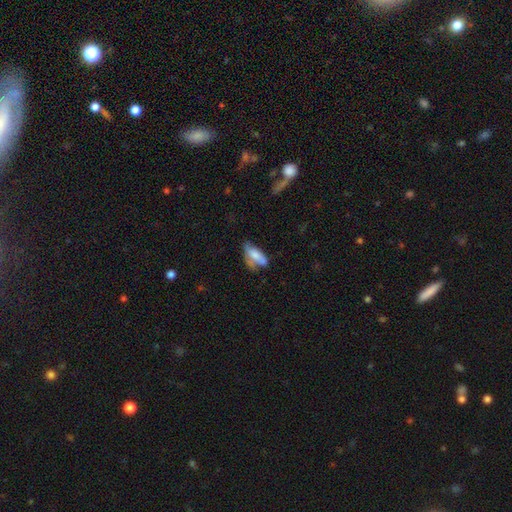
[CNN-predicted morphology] A smooth galaxy with no disk features (66%) that is in between round and cigar-shaped (77%). Merging: none (33%).